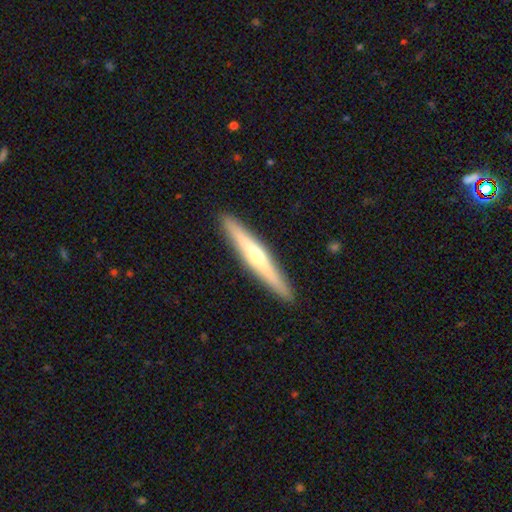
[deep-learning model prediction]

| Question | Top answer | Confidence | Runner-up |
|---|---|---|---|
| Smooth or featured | featured or disk | 66% | smooth (29%) |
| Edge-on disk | yes | 96% | no (4%) |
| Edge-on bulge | rounded | 85% | none (12%) |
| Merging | none | 92% | minor disturbance (6%) |